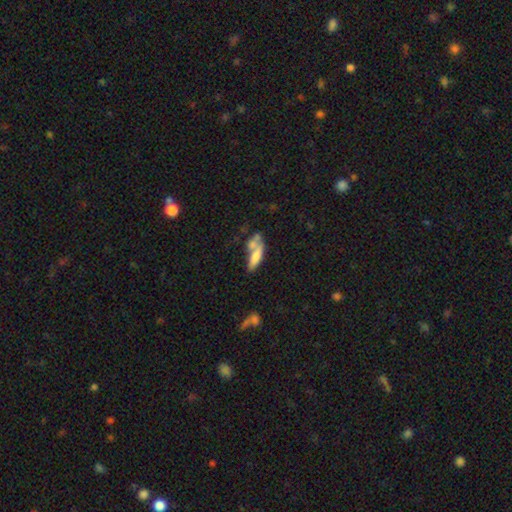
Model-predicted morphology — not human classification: Overall: smooth (64%; featured or disk 28%). How rounded: in between (52%; cigar-shaped 45%). Merging: merger (42%; none 29%).